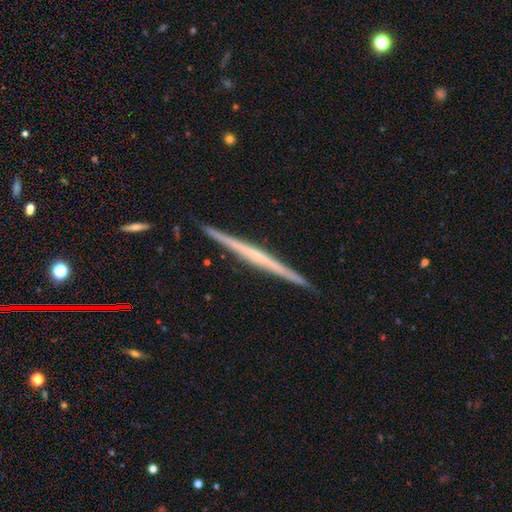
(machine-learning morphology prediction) A featured or disk galaxy (70%) viewed edge-on (98%) with no central bulge (76%).

Vote fractions:
- Smooth or featured? featured or disk: 70% / smooth: 24% / star or artifact: 6%
- Edge-on disk? yes: 98% / no: 2%
- Edge-on bulge? none: 76% / rounded: 17% / boxy: 7%
- Merging? none: 92% / minor disturbance: 6% / major disturbance: 1% / merger: 1%